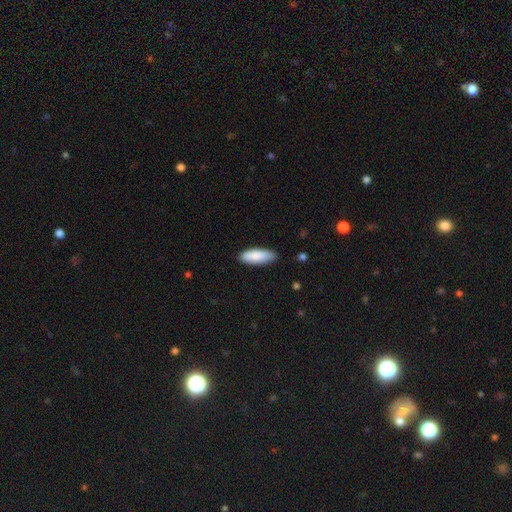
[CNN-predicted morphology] Smooth or featured? smooth (87%)
How rounded? in between (64%)
Merging? none (83%)